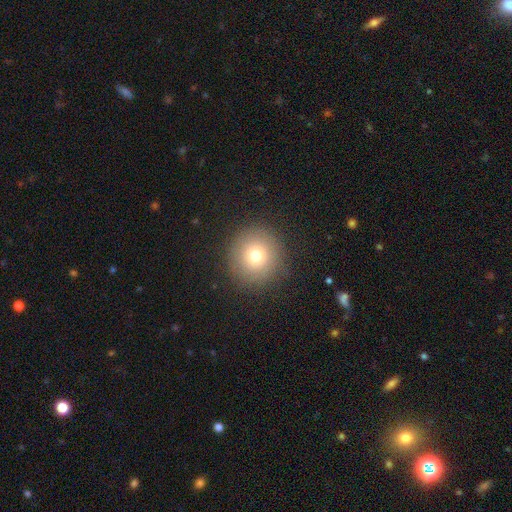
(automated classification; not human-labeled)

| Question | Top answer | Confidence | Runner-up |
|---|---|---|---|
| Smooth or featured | smooth | 75% | star or artifact (14%) |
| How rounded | round | 95% | in between (4%) |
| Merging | none | 90% | minor disturbance (6%) |